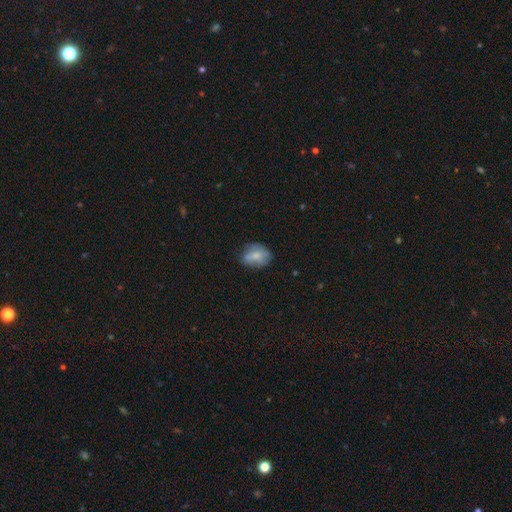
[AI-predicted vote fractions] A smooth galaxy with no disk features (67%) that is in between round and cigar-shaped (63%). Merging: none (58%).